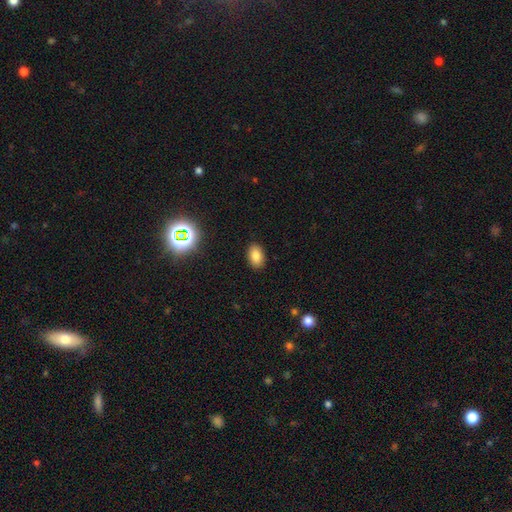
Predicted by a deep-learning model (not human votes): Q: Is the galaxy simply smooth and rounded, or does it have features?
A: smooth — 81%.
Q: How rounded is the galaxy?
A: in between — 87%.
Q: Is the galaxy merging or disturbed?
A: none — 89%.